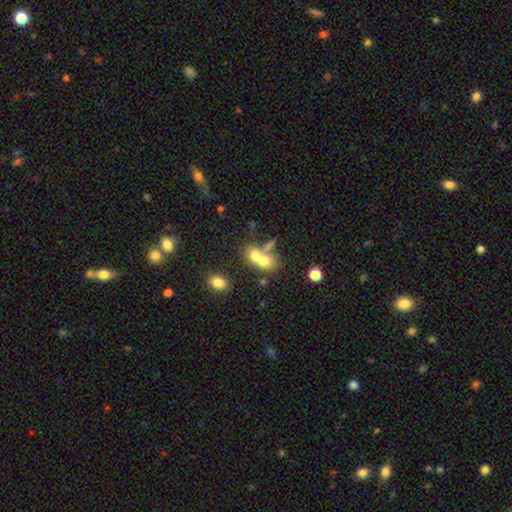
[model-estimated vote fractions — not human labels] This is likely a smooth galaxy (67%). How rounded: possibly in between (50%). Merging: likely merger (67%).